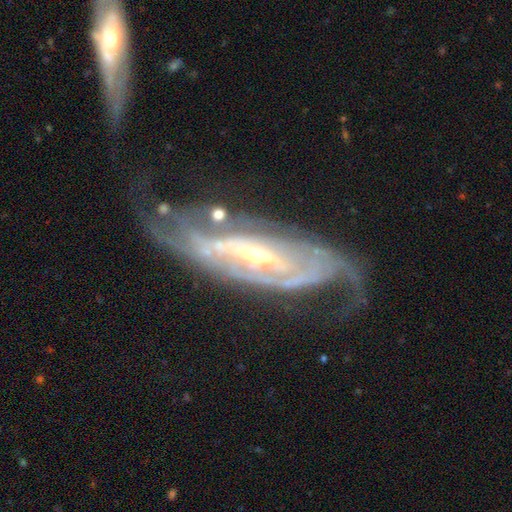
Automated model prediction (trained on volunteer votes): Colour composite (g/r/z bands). It shows a featured or disk galaxy (89%) with a strong bar (38%), 2 (45%) tight (52%) spiral arms (92%) and a small central bulge (55%). Merging: none (47%).